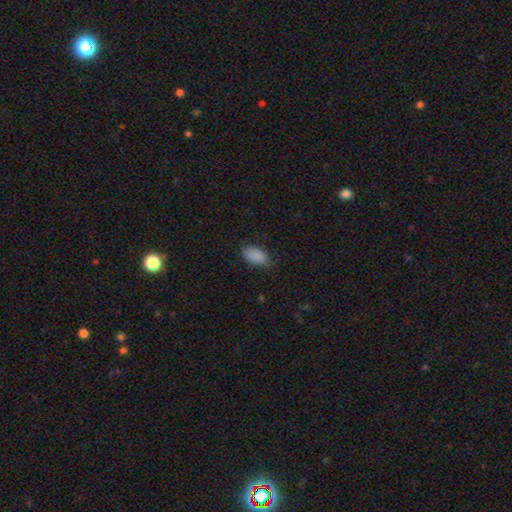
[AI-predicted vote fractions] Morphology: type=smooth (88%); roundness=in between (93%); merging=none (76%).